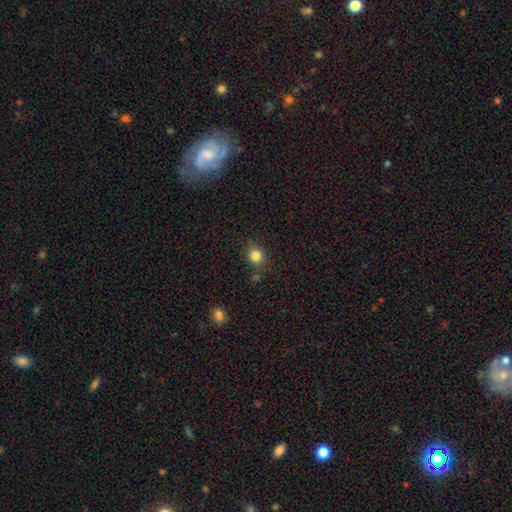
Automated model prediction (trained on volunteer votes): Overall: smooth (83%). How rounded: round (75%). Merging: none (79%).